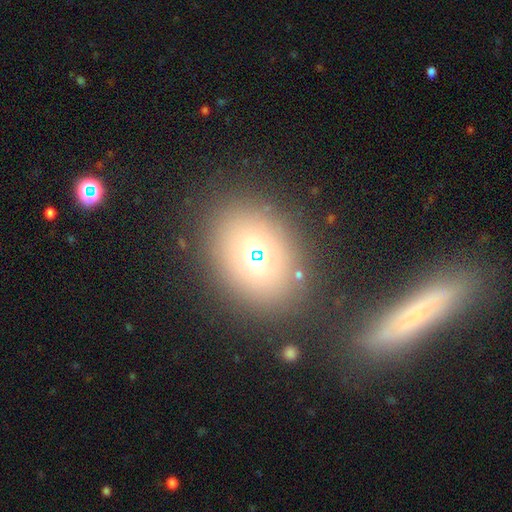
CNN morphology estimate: Smooth or featured?
  - smooth: 57% *
  - star or artifact: 28%
  - featured or disk: 15%
How rounded?
  - round: 51% *
  - in between: 47%
  - cigar-shaped: 2%
Merging?
  - none: 83% *
  - minor disturbance: 9%
  - major disturbance: 5%
  - merger: 3%